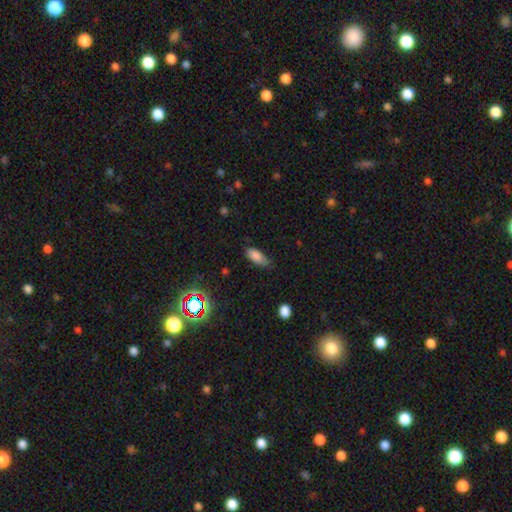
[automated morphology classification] Smooth or featured? smooth (82%)
How rounded? in between (81%)
Merging? none (66%)